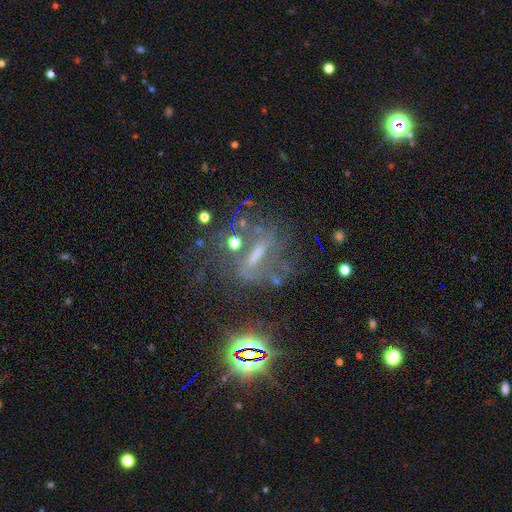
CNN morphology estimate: Smooth or featured?
  - featured or disk: 59% *
  - star or artifact: 29%
  - smooth: 12%
Edge-on disk?
  - no: 80% *
  - yes: 20%
Merging?
  - none: 53% *
  - major disturbance: 23%
  - minor disturbance: 18%
  - merger: 7%